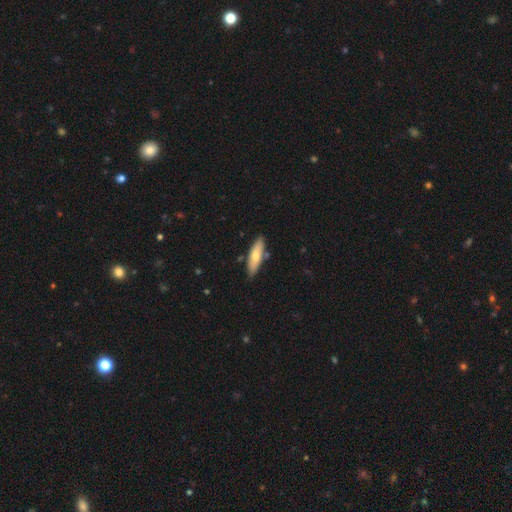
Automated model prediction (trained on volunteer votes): Q: Smooth or featured?
A: smooth (67%); runner-up: featured or disk (27%)
Q: How rounded?
A: cigar-shaped (52%); runner-up: in between (46%)
Q: Merging?
A: none (81%); runner-up: minor disturbance (12%)